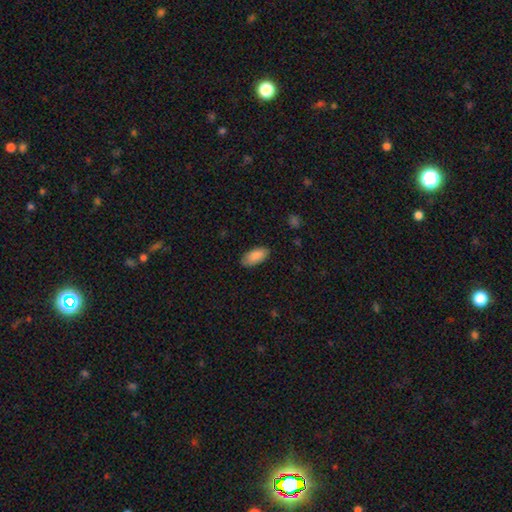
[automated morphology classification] smooth 88%, featured or disk 6%, star or artifact 6%. Down the decision tree: how rounded — in between (92%); merging — none (86%).